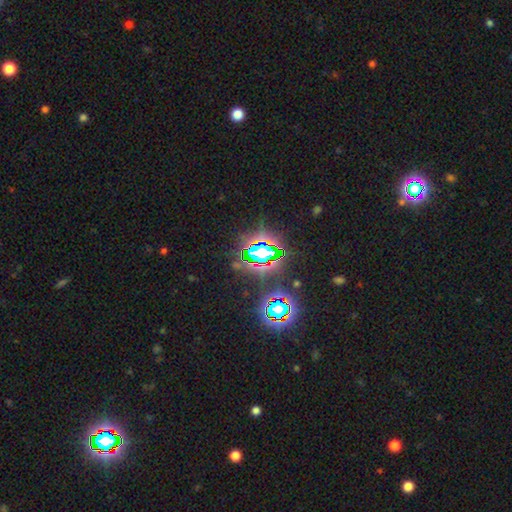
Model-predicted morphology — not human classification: type=star or artifact (83%).